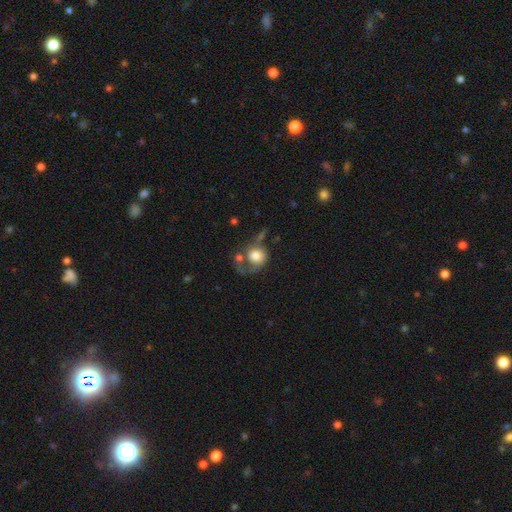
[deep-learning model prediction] smooth_or_featured: smooth (p=0.60) [alt: featured or disk p=0.31]
how_rounded: round (p=0.75) [alt: in between p=0.24]
merging: major disturbance (p=0.36) [alt: none p=0.28]